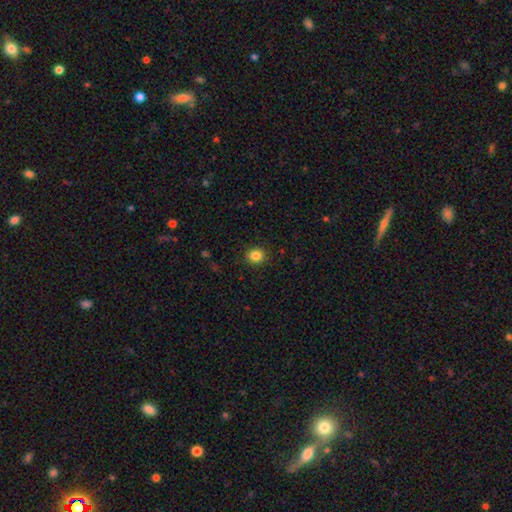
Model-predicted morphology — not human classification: smooth-or-featured: smooth: 84% | star or artifact: 11% | featured or disk: 5%
  how-rounded: round: 81% | in between: 19% | cigar-shaped: 1%
  merging: none: 91% | minor disturbance: 6% | major disturbance: 2% | merger: 1%